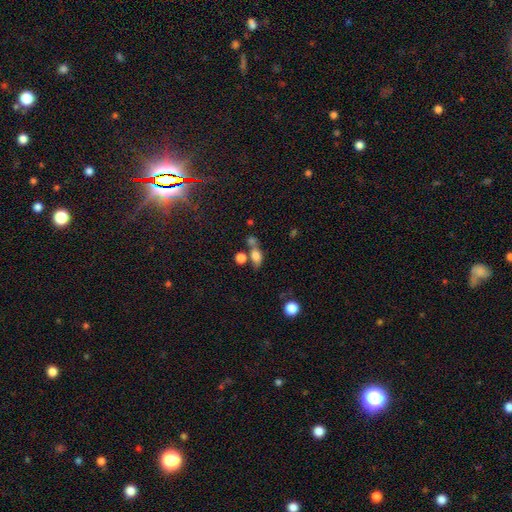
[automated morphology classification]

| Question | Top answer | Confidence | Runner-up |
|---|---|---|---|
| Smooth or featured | smooth | 73% | featured or disk (14%) |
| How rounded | in between | 71% | round (21%) |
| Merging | none | 42% | merger (33%) |